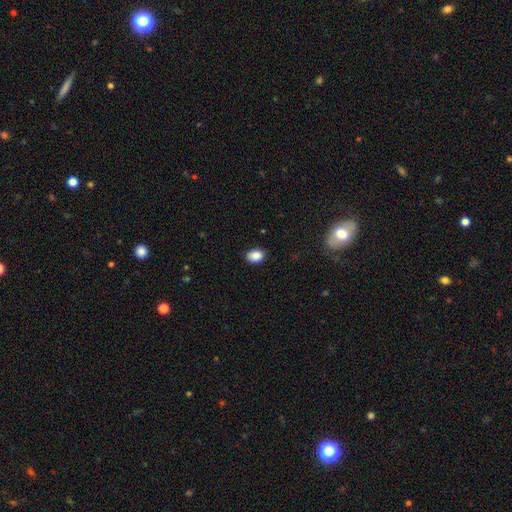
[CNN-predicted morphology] The model was most divided on "how rounded": in between: 78%, round: 20%, cigar-shaped: 1%. More confident: smooth or featured — smooth (88%); merging — none (85%).